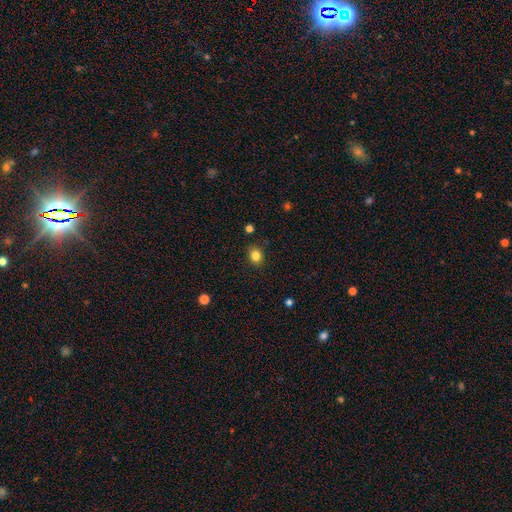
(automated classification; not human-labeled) Smooth or featured: smooth — 83% (star or artifact — 12%)
How rounded: round — 63% (in between — 36%)
Merging: none — 88% (minor disturbance — 9%)